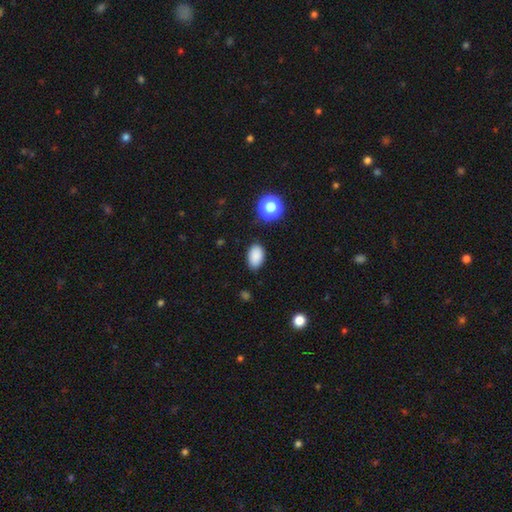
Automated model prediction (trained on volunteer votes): This appears to be a smooth galaxy with no disk features (87%) that is in between round and cigar-shaped (89%). Merging: none (85%).